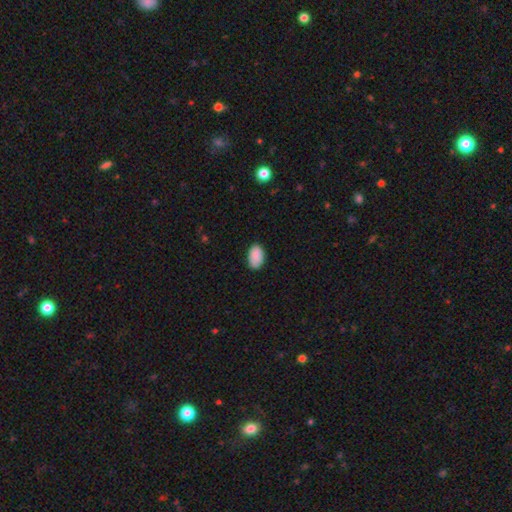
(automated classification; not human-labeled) smooth 89%, star or artifact 7%, featured or disk 4%. Down the decision tree: how rounded — in between (92%); merging — none (82%).